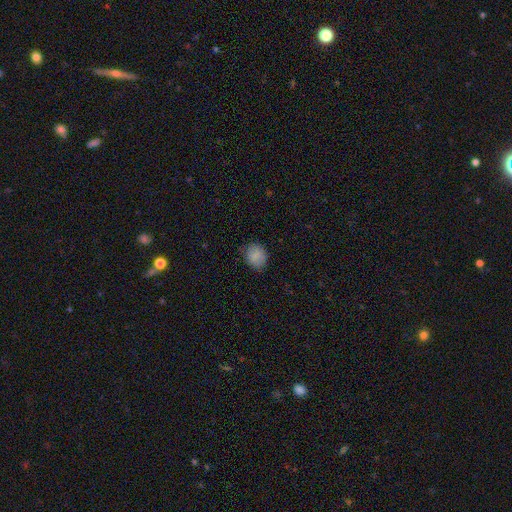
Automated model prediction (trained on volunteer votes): A smooth galaxy with no disk features (86%) that is round (60%).

Vote fractions:
- Smooth or featured? smooth: 86% / star or artifact: 8% / featured or disk: 5%
- How rounded? round: 60% / in between: 39% / cigar-shaped: 1%
- Merging? none: 78% / minor disturbance: 17% / major disturbance: 4% / merger: 1%